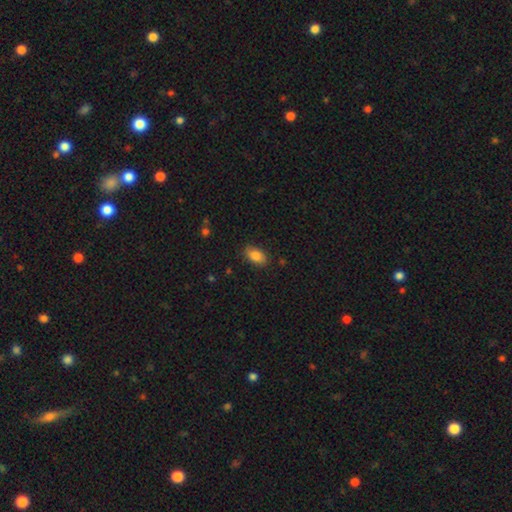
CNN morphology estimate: Smooth or featured: smooth — 86% (star or artifact — 8%)
How rounded: in between — 91% (round — 7%)
Merging: none — 85% (minor disturbance — 11%)